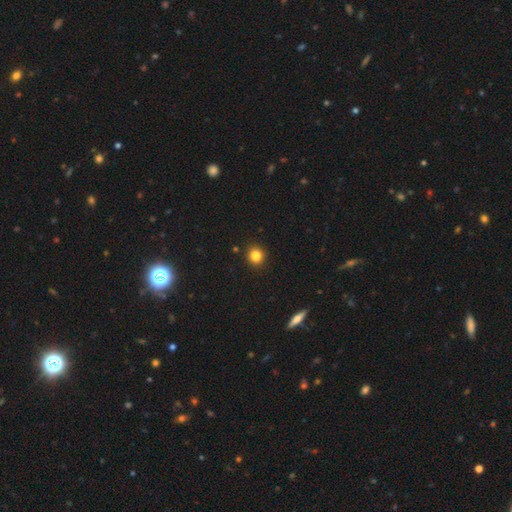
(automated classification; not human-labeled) Smooth or featured: smooth — 83% (star or artifact — 12%)
How rounded: round — 90% (in between — 9%)
Merging: none — 92% (minor disturbance — 5%)